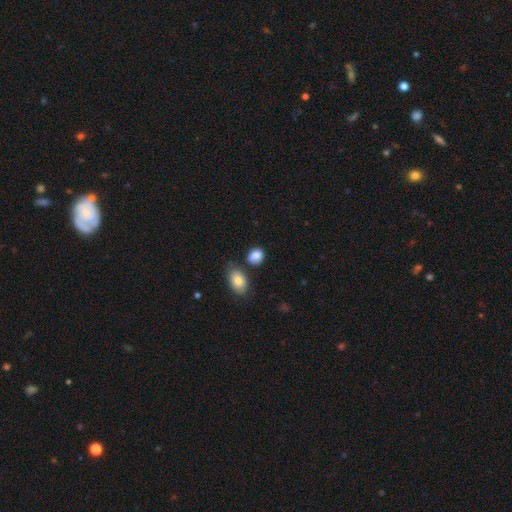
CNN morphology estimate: Smooth or featured: smooth — 86% (star or artifact — 8%)
How rounded: in between — 56% (round — 43%)
Merging: none — 68% (minor disturbance — 16%)